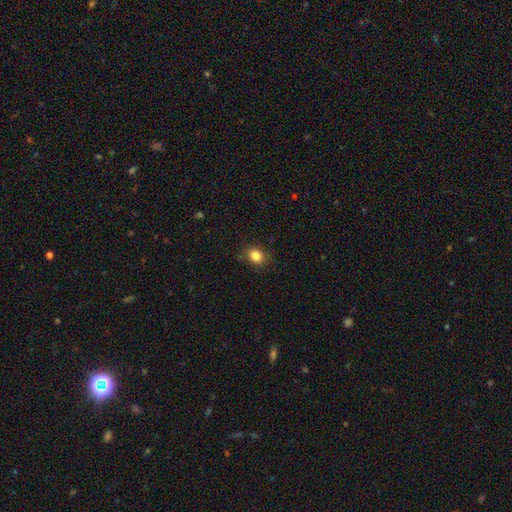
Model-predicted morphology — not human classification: A smooth galaxy with no disk features (84%) that is round (52%).

Vote fractions:
- Smooth or featured? smooth: 84% / star or artifact: 11% / featured or disk: 5%
- How rounded? round: 52% / in between: 48% / cigar-shaped: 1%
- Merging? none: 86% / minor disturbance: 11% / major disturbance: 3% / merger: 1%